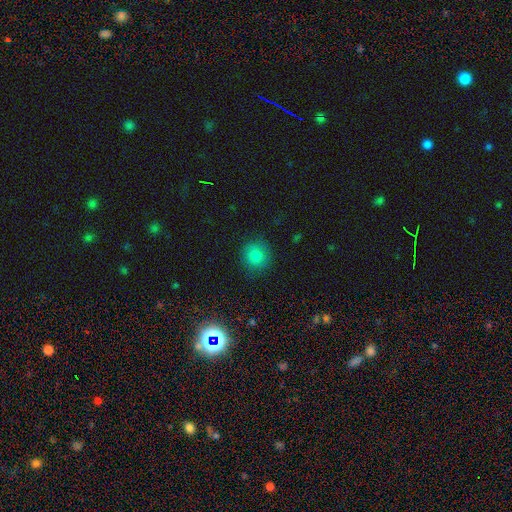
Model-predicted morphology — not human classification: A smooth galaxy with no disk features (81%) that is round (89%).

Vote fractions:
- Smooth or featured? smooth: 81% / star or artifact: 12% / featured or disk: 7%
- How rounded? round: 89% / in between: 10% / cigar-shaped: 1%
- Merging? none: 86% / minor disturbance: 10% / major disturbance: 3% / merger: 1%